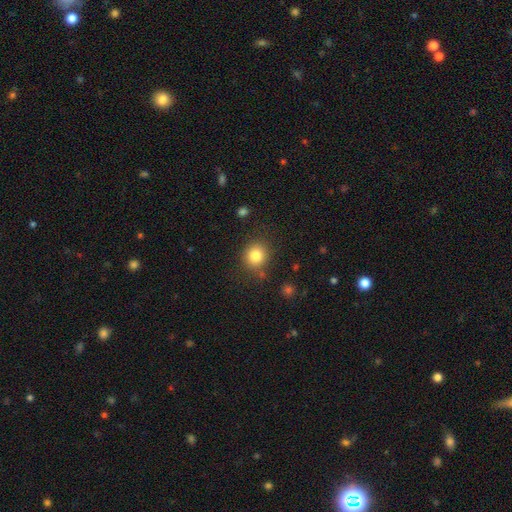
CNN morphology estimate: Overall: smooth (82%). How rounded: round (81%). Merging: none (81%).